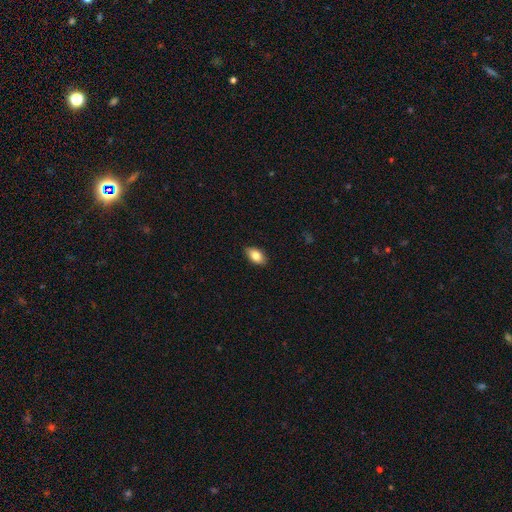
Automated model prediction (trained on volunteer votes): smooth 83%, featured or disk 10%, star or artifact 7%. Down the decision tree: how rounded — in between (91%); merging — none (87%).